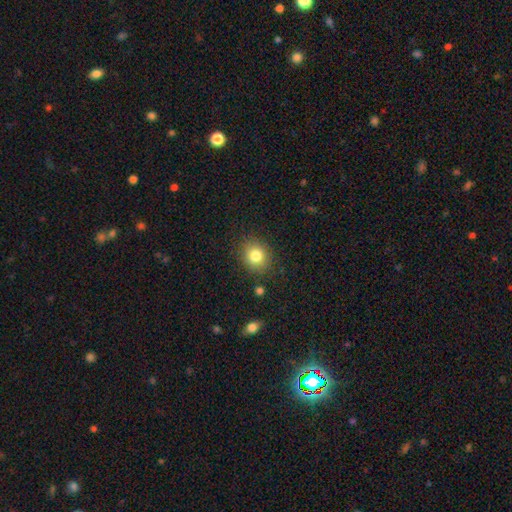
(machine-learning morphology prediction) Smooth or featured? smooth (81%)
How rounded? round (75%)
Merging? none (86%)